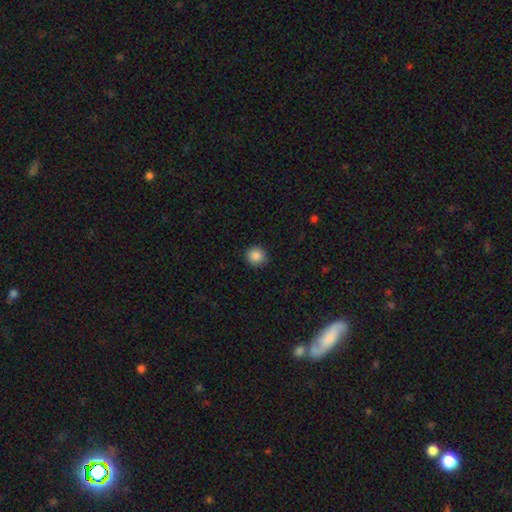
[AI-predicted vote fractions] Smooth or featured: smooth — 88% (star or artifact — 9%)
How rounded: round — 92% (in between — 8%)
Merging: none — 90% (minor disturbance — 7%)